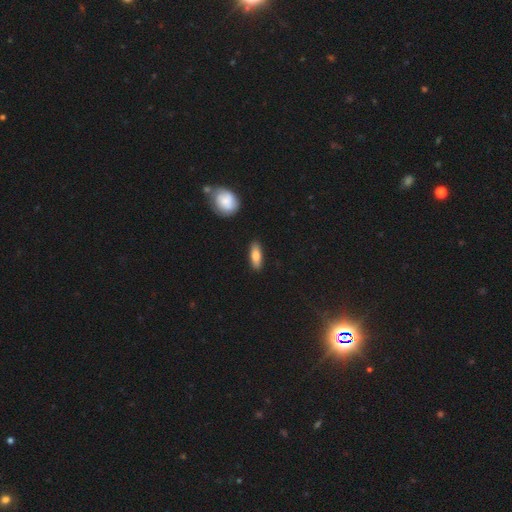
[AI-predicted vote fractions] The model was most divided on "how rounded": in between: 65%, cigar-shaped: 32%, round: 3%. More confident: merging — none (88%); smooth or featured — smooth (79%).